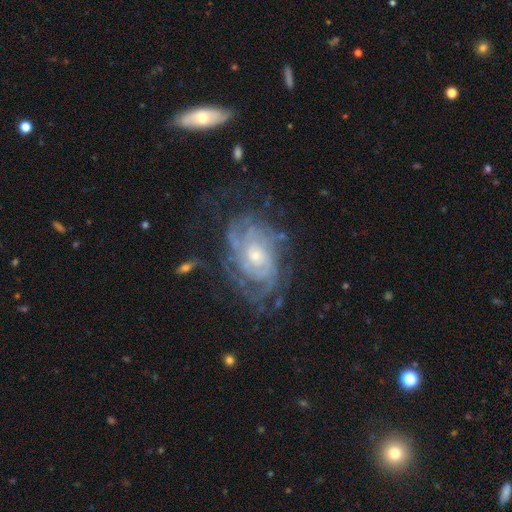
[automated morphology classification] This appears to be a featured or disk galaxy (87%) with no bar (73%), tight (69%) spiral arms (95%) and a small central bulge (64%). Merging: none (64%).